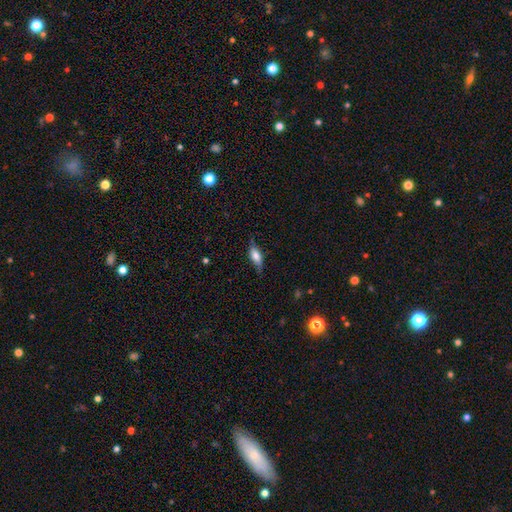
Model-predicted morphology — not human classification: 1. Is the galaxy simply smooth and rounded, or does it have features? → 62% smooth, 31% featured or disk, 7% star or artifact.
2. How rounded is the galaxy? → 74% in between, 23% cigar-shaped, 4% round.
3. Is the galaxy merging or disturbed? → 64% none, 28% minor disturbance, 6% major disturbance, 2% merger.